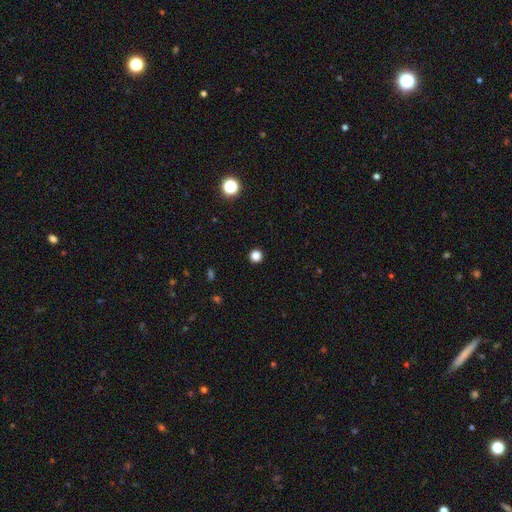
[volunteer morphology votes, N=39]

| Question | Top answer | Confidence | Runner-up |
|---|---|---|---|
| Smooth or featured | smooth | 82% | star or artifact (10%) |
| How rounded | round | 94% | in between (6%) |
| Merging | none | 89% | minor disturbance (9%) |